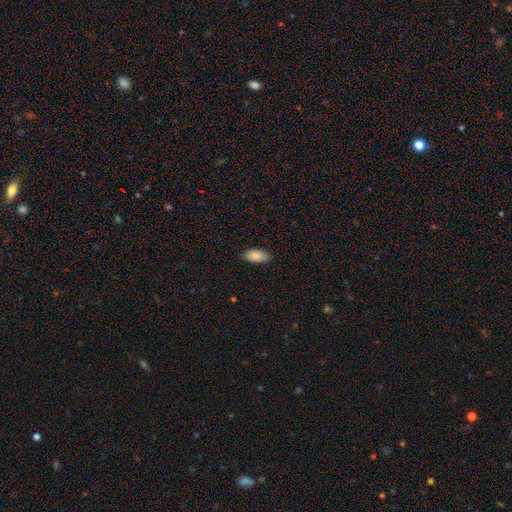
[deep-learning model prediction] Morphology: type=smooth (84%); roundness=in between (93%); merging=none (81%).